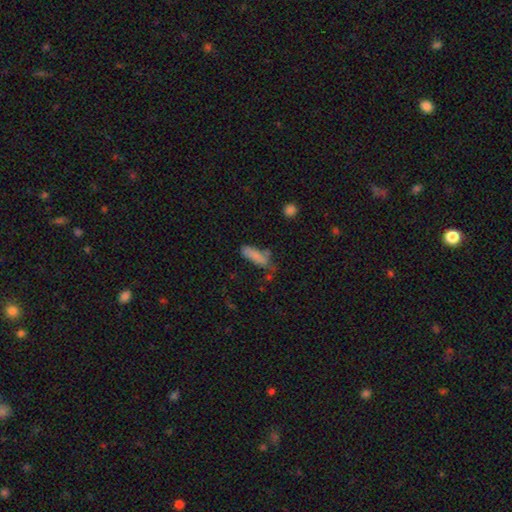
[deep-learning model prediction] Morphology: type=smooth (80%); roundness=in between (62%); merging=none (48%).